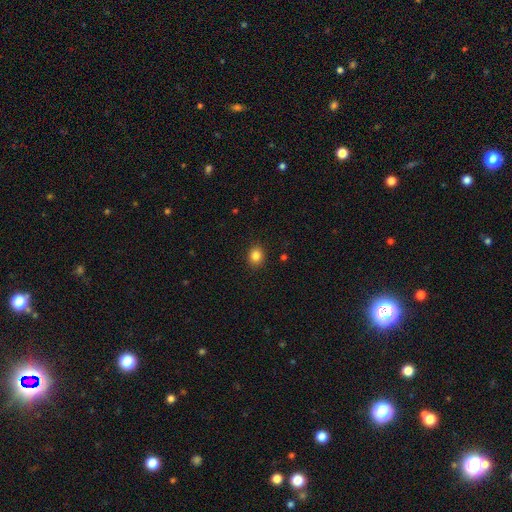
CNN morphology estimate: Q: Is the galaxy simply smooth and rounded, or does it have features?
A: smooth — 84%.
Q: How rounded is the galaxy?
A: round — 72%.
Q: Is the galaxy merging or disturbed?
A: none — 90%.